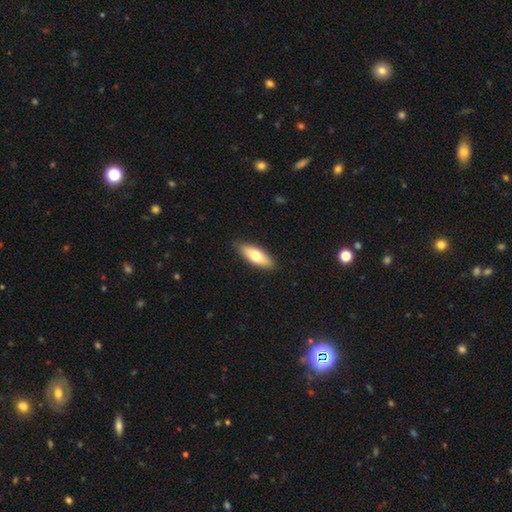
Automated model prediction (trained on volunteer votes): Smooth or featured? smooth (70%)
How rounded? in between (70%)
Merging? none (89%)